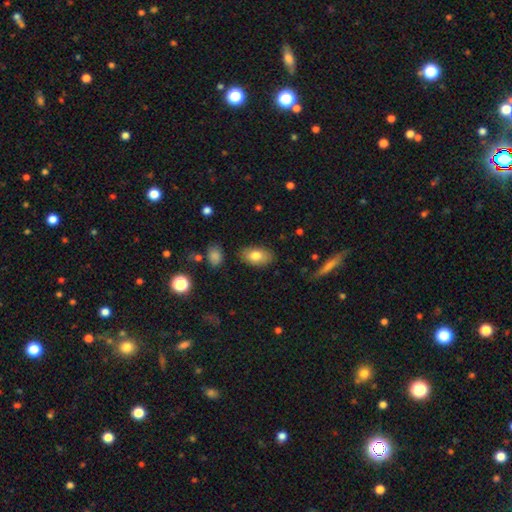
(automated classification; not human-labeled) A smooth galaxy with no disk features (79%) that is in between round and cigar-shaped (92%). Merging: none (83%).